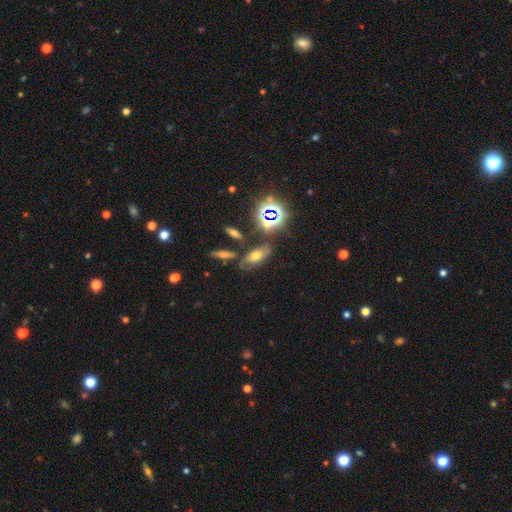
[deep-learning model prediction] Smooth or featured? smooth (49%)
Merging? none (69%)